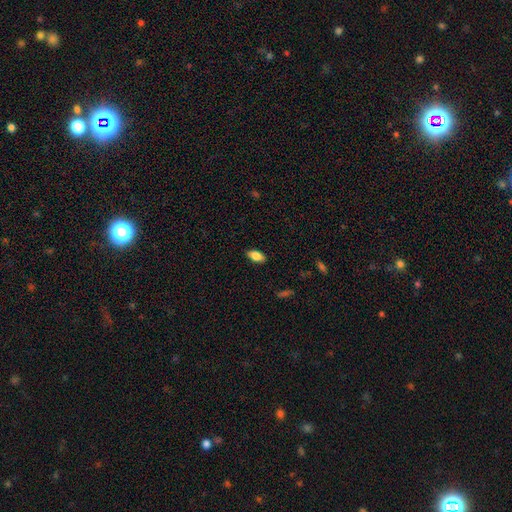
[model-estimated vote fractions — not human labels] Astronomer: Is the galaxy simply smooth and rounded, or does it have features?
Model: smooth — 83%.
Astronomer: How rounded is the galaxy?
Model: in between — 90%.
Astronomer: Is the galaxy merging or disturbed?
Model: none — 88%.